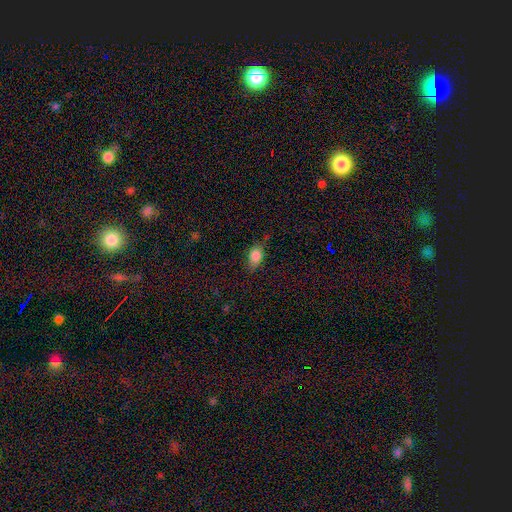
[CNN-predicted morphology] Smooth or featured: smooth — 84% (star or artifact — 9%)
How rounded: in between — 83% (round — 13%)
Merging: none — 72% (minor disturbance — 22%)